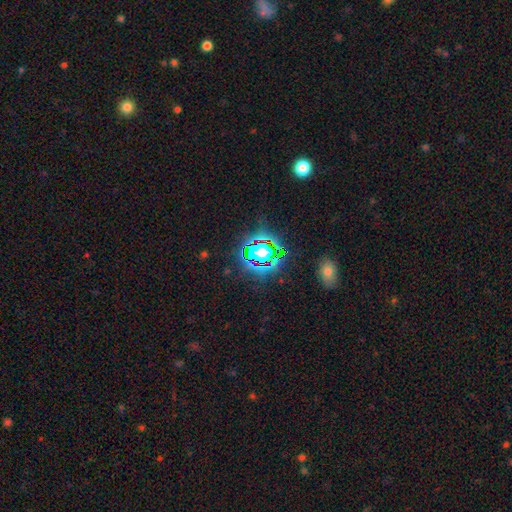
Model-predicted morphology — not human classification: The model was most divided on "smooth or featured": star or artifact: 76%, smooth: 15%, featured or disk: 10%.